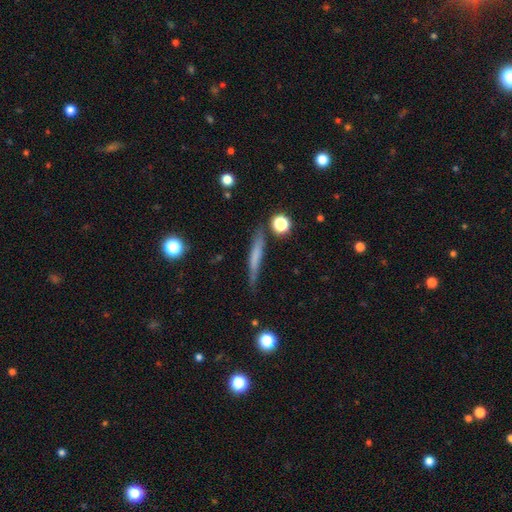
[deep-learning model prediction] A smooth galaxy with no disk features (56%) that is cigar-shaped (92%).

Vote fractions:
- Smooth or featured? smooth: 56% / featured or disk: 36% / star or artifact: 8%
- How rounded? cigar-shaped: 92% / in between: 5% / round: 3%
- Merging? none: 81% / minor disturbance: 13% / major disturbance: 3% / merger: 2%